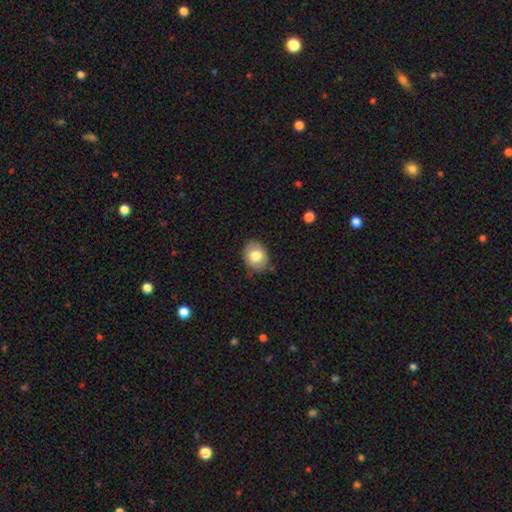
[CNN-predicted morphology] smooth-or-featured: smooth: 78% | featured or disk: 14% | star or artifact: 8%
  how-rounded: in between: 58% | round: 41% | cigar-shaped: 1%
  merging: none: 80% | minor disturbance: 15% | major disturbance: 3% | merger: 1%